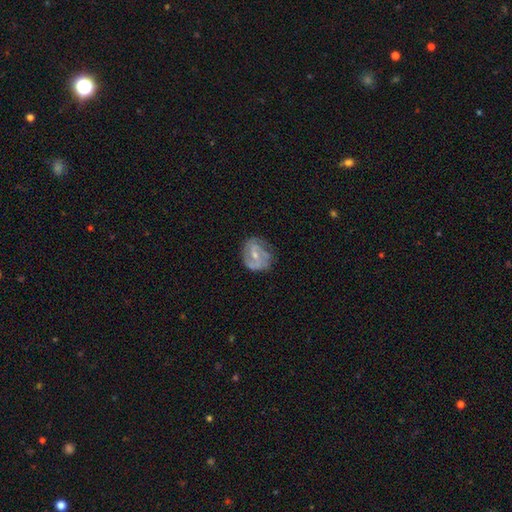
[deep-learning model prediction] A featured or disk galaxy (72%) with a weak bar (51%), 2 (66%) medium (46%) spiral arms (86%) and a small central bulge (52%).

Vote fractions:
- Smooth or featured? featured or disk: 72% / smooth: 21% / star or artifact: 6%
- Edge-on disk? no: 98% / yes: 2%
- Bar? weak: 51% / no: 30% / strong: 19%
- Spiral arms? yes: 86% / no: 14%
- Spiral winding? medium: 46% / tight: 31% / loose: 24%
- Spiral arm count? 2: 66% / can't tell: 17% / 3: 8% / 1: 5% / 4: 2% / more than 4: 2%
- Bulge size? small: 52% / moderate: 41% / none: 4% / large: 1% / dominant: 1%
- Merging? none: 63% / minor disturbance: 25% / major disturbance: 11% / merger: 2%